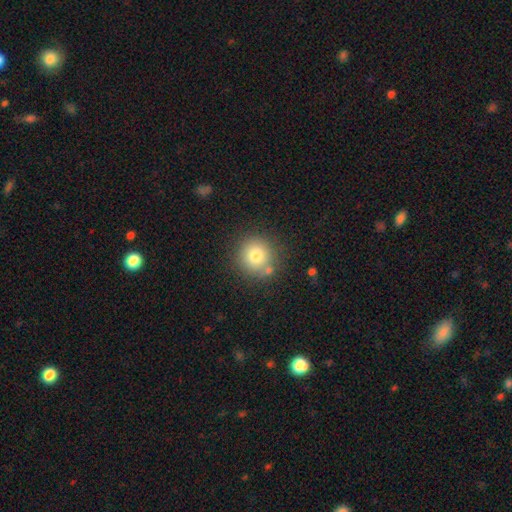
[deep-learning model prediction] smooth 77%, star or artifact 12%, featured or disk 11%. Down the decision tree: how rounded — round (93%); merging — none (78%).